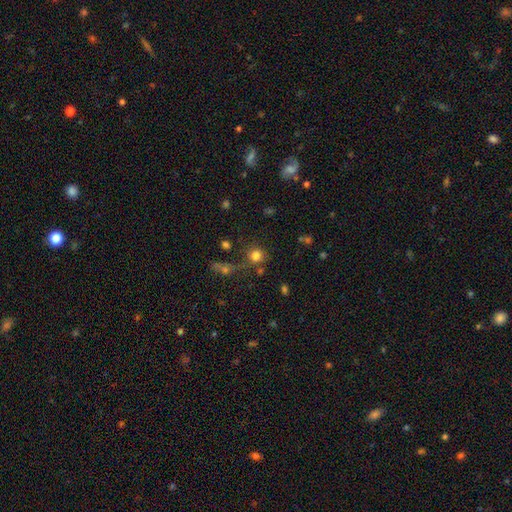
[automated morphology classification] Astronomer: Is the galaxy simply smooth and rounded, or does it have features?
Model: smooth — 79%.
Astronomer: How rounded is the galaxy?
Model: round — 89%.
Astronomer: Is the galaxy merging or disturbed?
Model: none — 70%.